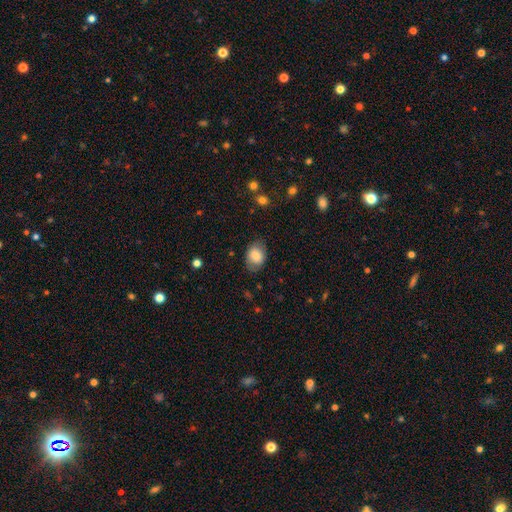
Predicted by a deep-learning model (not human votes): A smooth galaxy with no disk features (80%) that is in between round and cigar-shaped (71%). Merging: none (76%).